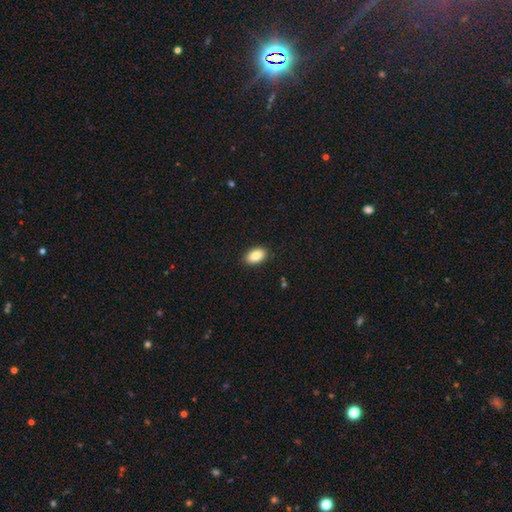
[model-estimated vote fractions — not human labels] Smooth or featured? Predicted: smooth (p=0.87). How rounded? Predicted: in between (p=0.91). Merging? Predicted: none (p=0.89).